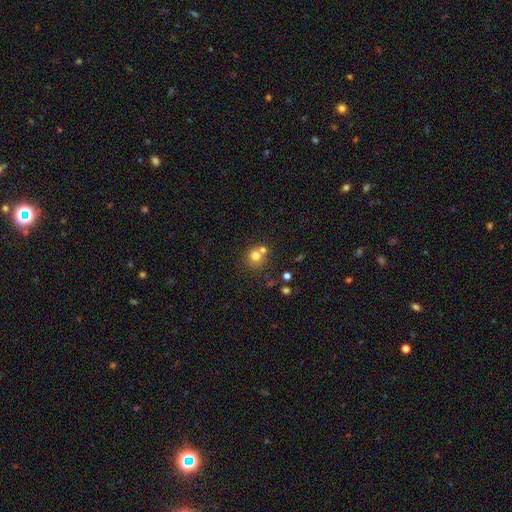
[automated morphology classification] The model was most divided on "merging": none: 54%, merger: 35%, minor disturbance: 8%, major disturbance: 3%. More confident: how rounded — round (87%); smooth or featured — smooth (74%).